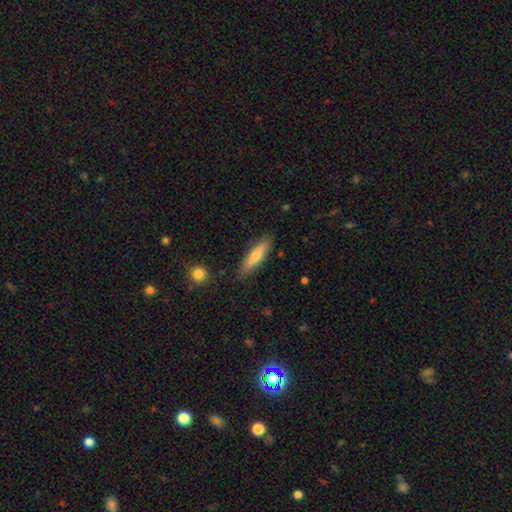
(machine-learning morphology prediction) Overall: smooth (65%; featured or disk 29%). How rounded: cigar-shaped (74%). Merging: none (86%).